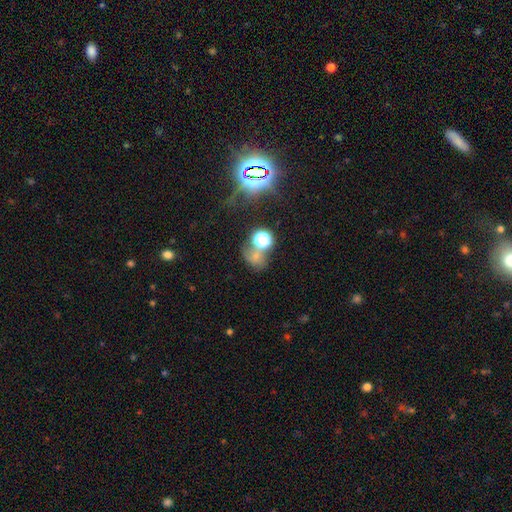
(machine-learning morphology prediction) A smooth galaxy with no disk features (52%) that is round (61%).

Vote fractions:
- Smooth or featured? smooth: 52% / star or artifact: 33% / featured or disk: 15%
- How rounded? round: 61% / in between: 38% / cigar-shaped: 2%
- Merging? none: 46% / merger: 27% / minor disturbance: 15% / major disturbance: 12%